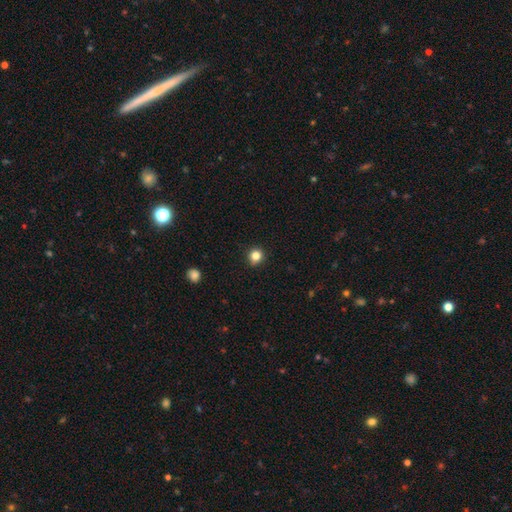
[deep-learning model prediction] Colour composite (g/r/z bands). It shows a smooth galaxy with no disk features (83%) that is round (90%). Merging: none (91%).